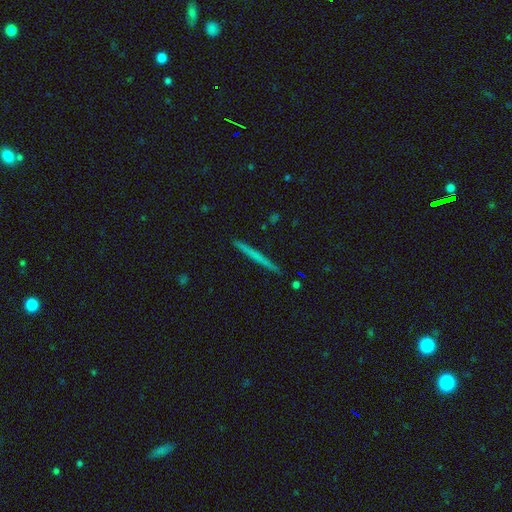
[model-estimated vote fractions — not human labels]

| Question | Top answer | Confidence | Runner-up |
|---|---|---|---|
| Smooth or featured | smooth | 49% | featured or disk (45%) |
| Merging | none | 92% | minor disturbance (5%) |